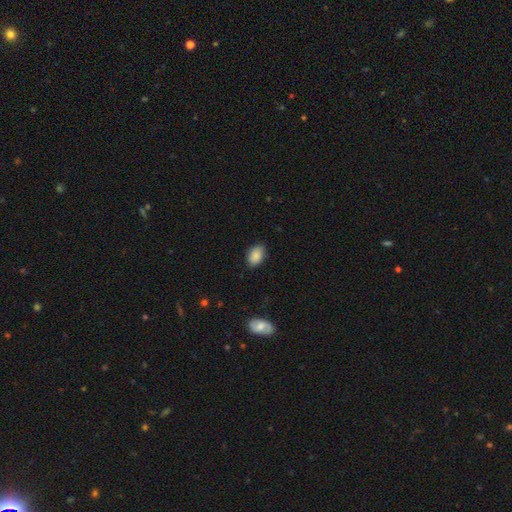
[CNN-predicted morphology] This appears to be a smooth galaxy with no disk features (88%) that is in between round and cigar-shaped (88%). Merging: none (84%).